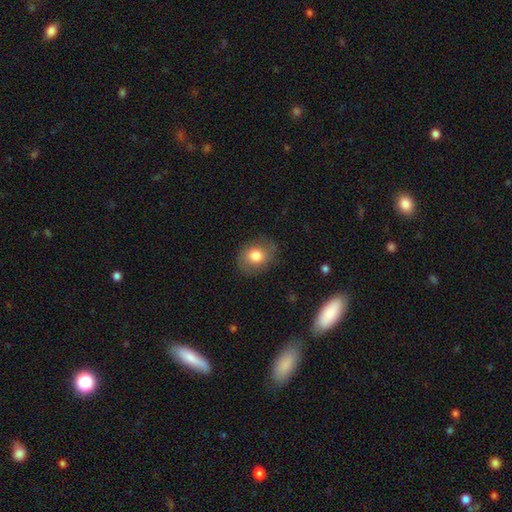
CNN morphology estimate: smooth 79%, featured or disk 13%, star or artifact 9%. Down the decision tree: how rounded — round (58%); merging — none (81%).